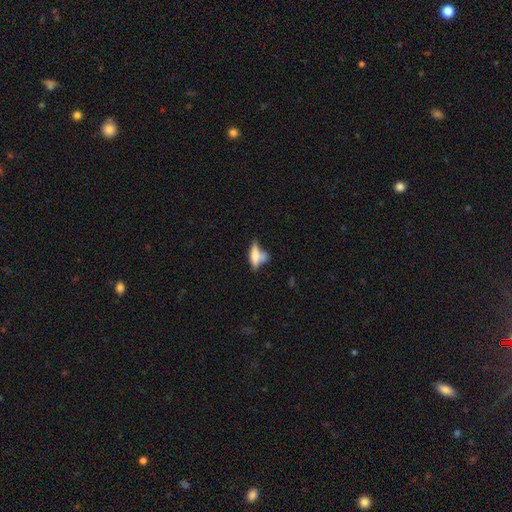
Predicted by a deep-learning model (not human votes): Smooth or featured?
  - smooth: 55% *
  - featured or disk: 34%
  - star or artifact: 11%
How rounded?
  - in between: 55% *
  - cigar-shaped: 39%
  - round: 6%
Merging?
  - none: 35% *
  - merger: 27%
  - minor disturbance: 20%
  - major disturbance: 18%